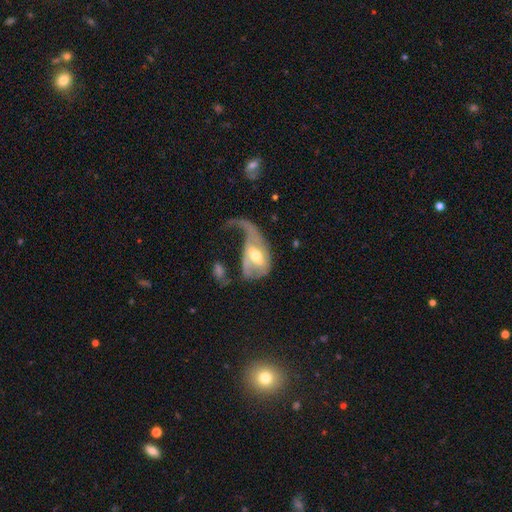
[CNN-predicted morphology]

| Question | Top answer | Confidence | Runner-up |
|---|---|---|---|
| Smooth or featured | featured or disk | 62% | smooth (32%) |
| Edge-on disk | no | 93% | yes (7%) |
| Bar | no | 52% | weak (35%) |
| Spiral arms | yes | 59% | no (41%) |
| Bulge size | moderate | 68% | small (21%) |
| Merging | major disturbance | 64% | none (15%) |